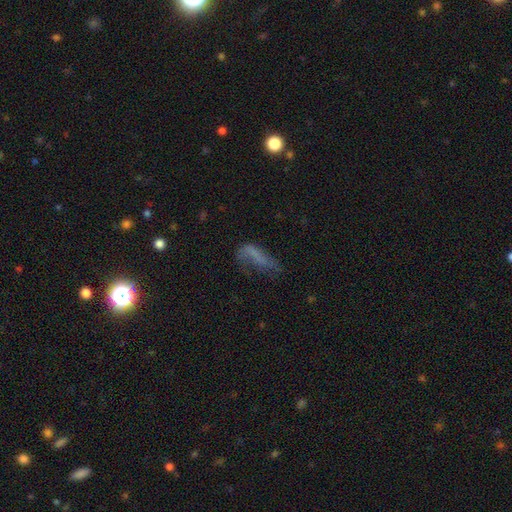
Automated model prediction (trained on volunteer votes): This appears to be a smooth galaxy with no disk features (52%) that is cigar-shaped (50%). Merging: major disturbance (37%).